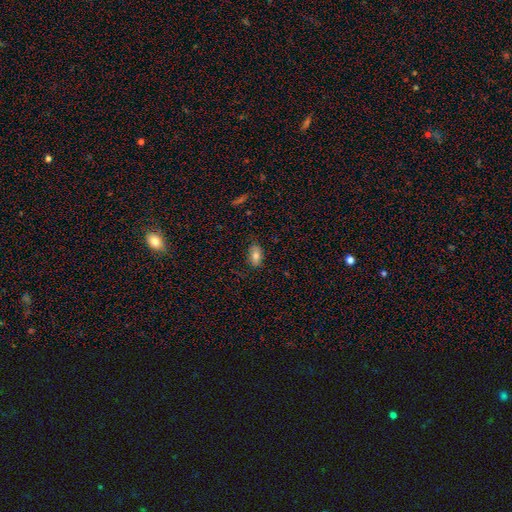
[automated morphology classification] Smooth or featured? smooth (80%)
How rounded? in between (89%)
Merging? none (79%)